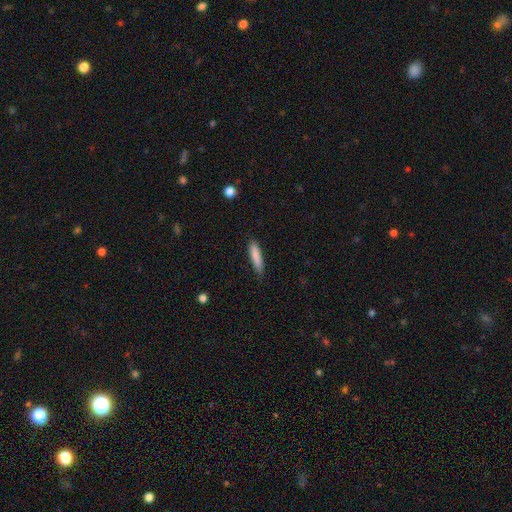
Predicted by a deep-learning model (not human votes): Smooth or featured: smooth — 85% (featured or disk — 9%)
How rounded: cigar-shaped — 81% (in between — 18%)
Merging: none — 80% (minor disturbance — 16%)